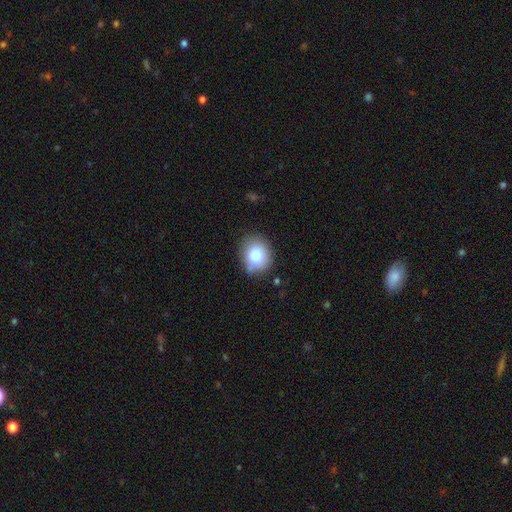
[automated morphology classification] Smooth or featured? smooth (81%)
How rounded? round (60%)
Merging? none (77%)